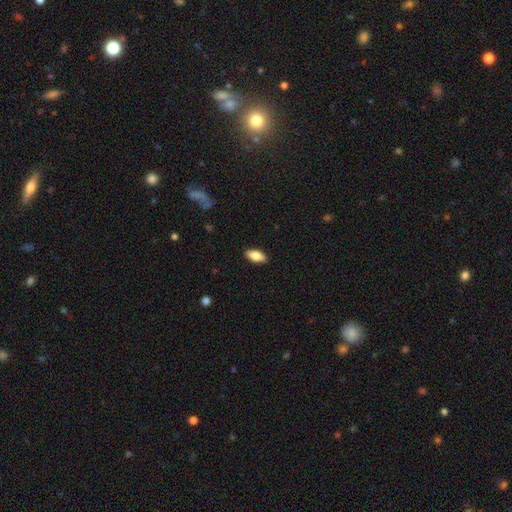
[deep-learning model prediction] smooth-or-featured: smooth: 80% | featured or disk: 13% | star or artifact: 6%
  how-rounded: in between: 86% | cigar-shaped: 11% | round: 3%
  merging: none: 89% | minor disturbance: 8% | major disturbance: 2% | merger: 1%